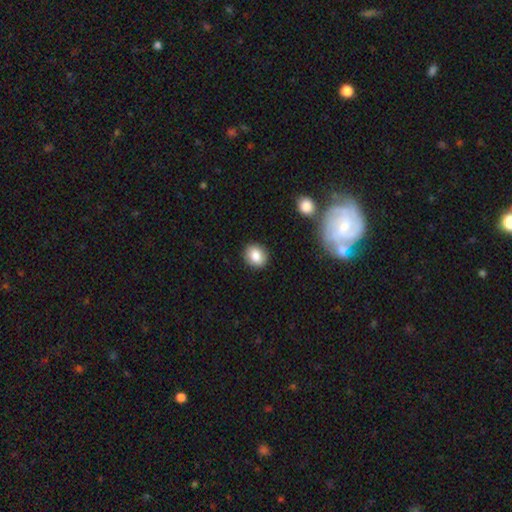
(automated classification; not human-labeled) Morphology: type=smooth (85%); roundness=round (64%); merging=none (88%).